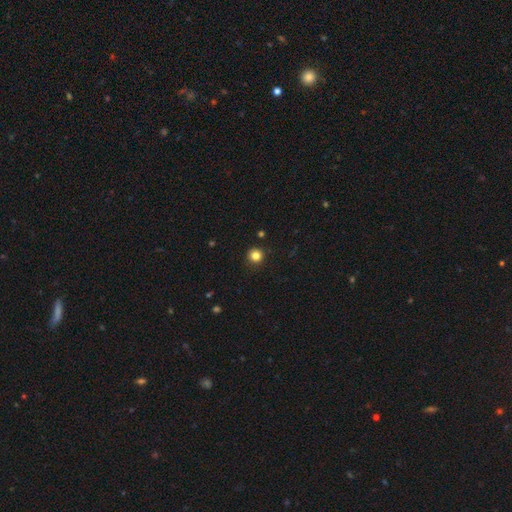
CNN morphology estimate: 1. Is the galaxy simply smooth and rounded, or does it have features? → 83% smooth, 13% star or artifact, 4% featured or disk.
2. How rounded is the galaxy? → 95% round, 4% in between, 1% cigar-shaped.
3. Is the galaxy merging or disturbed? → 92% none, 5% minor disturbance, 2% major disturbance, 1% merger.